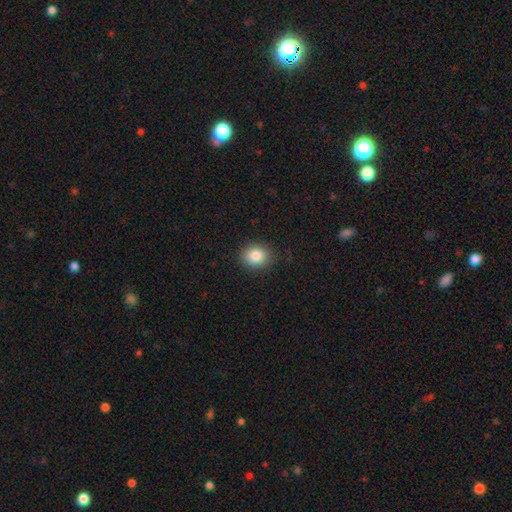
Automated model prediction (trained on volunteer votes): smooth-or-featured: smooth: 85% | star or artifact: 9% | featured or disk: 6%
  how-rounded: round: 61% | in between: 38% | cigar-shaped: 1%
  merging: none: 88% | minor disturbance: 9% | major disturbance: 2% | merger: 1%